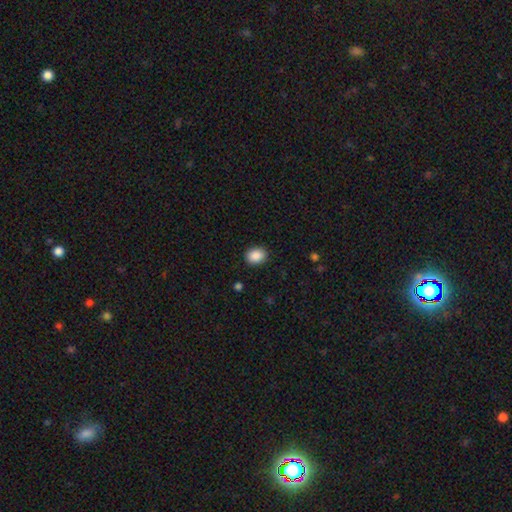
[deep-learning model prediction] The model was most divided on "how rounded": in between: 55%, round: 44%, cigar-shaped: 1%. More confident: smooth or featured — smooth (89%); merging — none (88%).